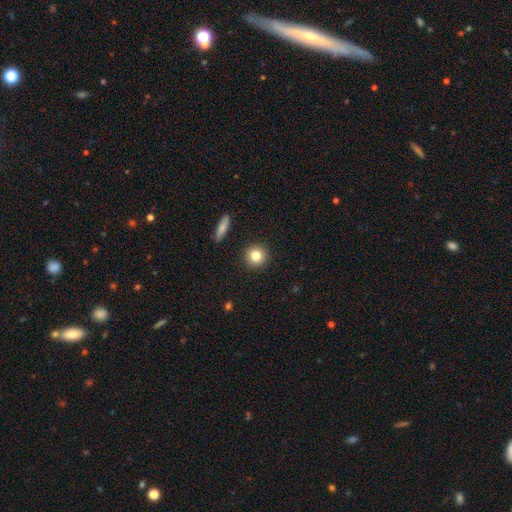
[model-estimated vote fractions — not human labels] The model was most divided on "smooth or featured": smooth: 81%, star or artifact: 10%, featured or disk: 9%. More confident: how rounded — round (93%); merging — none (92%).